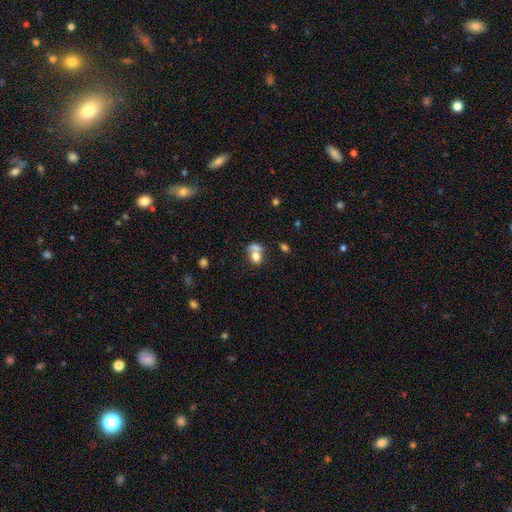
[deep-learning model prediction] Q: Smooth or featured?
A: smooth (74%); runner-up: featured or disk (16%)
Q: How rounded?
A: round (50%); runner-up: in between (49%)
Q: Merging?
A: merger (57%); runner-up: none (27%)